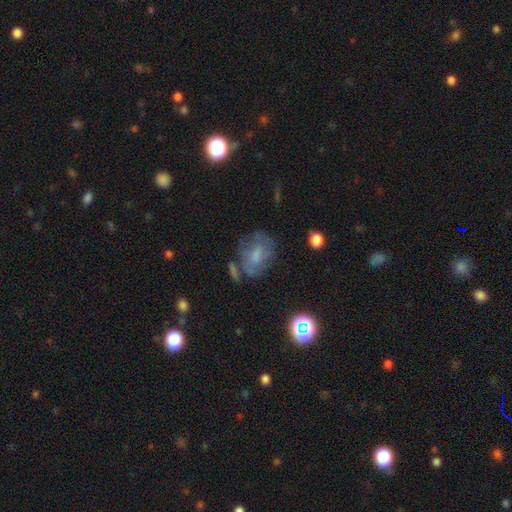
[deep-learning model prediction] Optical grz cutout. It shows a smooth galaxy with no disk features (45%). Merging: none (54%).